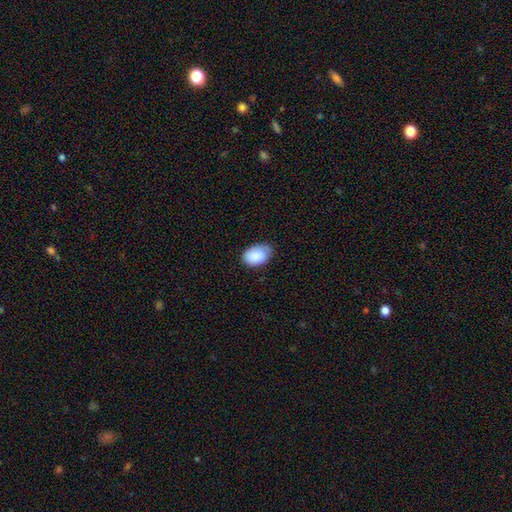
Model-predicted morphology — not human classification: smooth_or_featured: smooth (p=0.88) [alt: star or artifact p=0.06]
how_rounded: in between (p=0.88) [alt: round p=0.11]
merging: none (p=0.72) [alt: minor disturbance p=0.24]